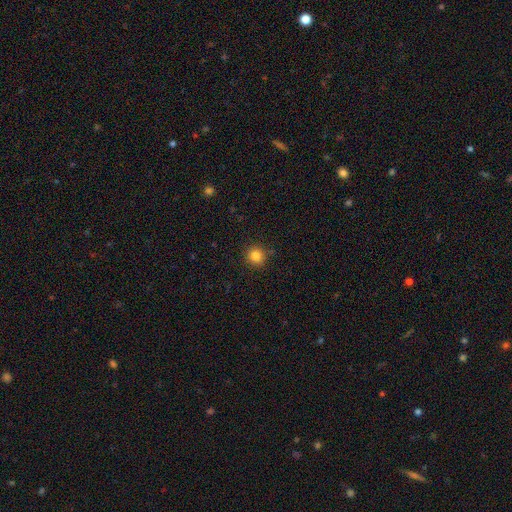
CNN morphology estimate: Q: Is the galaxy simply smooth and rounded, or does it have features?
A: smooth — 84%.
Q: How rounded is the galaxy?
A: round — 93%.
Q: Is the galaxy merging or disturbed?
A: none — 88%.